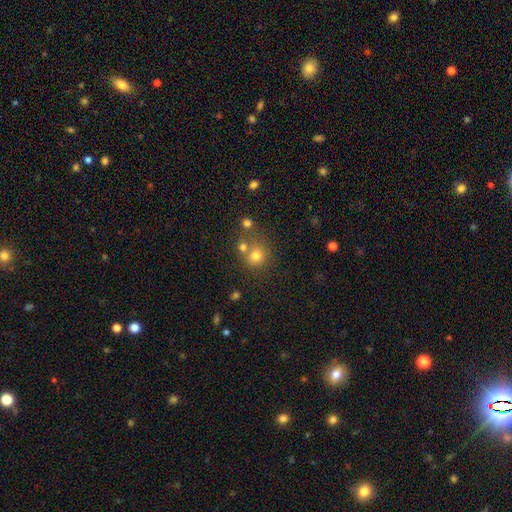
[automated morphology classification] smooth_or_featured: smooth (p=0.73) [alt: star or artifact p=0.16]
how_rounded: round (p=0.85) [alt: in between p=0.14]
merging: none (p=0.59) [alt: merger p=0.27]